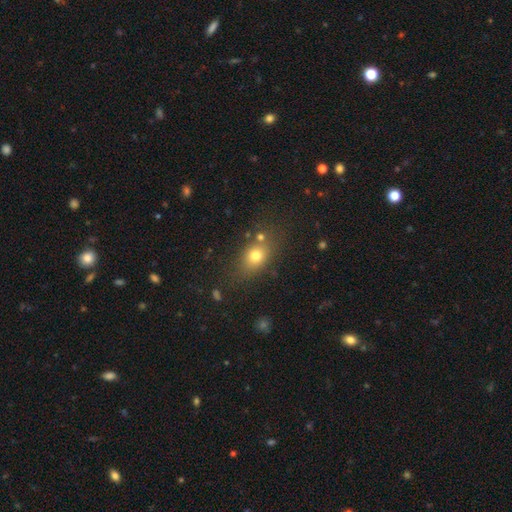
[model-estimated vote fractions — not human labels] smooth_or_featured: smooth (p=0.74) [alt: star or artifact p=0.13]
how_rounded: in between (p=0.61) [alt: round p=0.36]
merging: none (p=0.70) [alt: minor disturbance p=0.15]